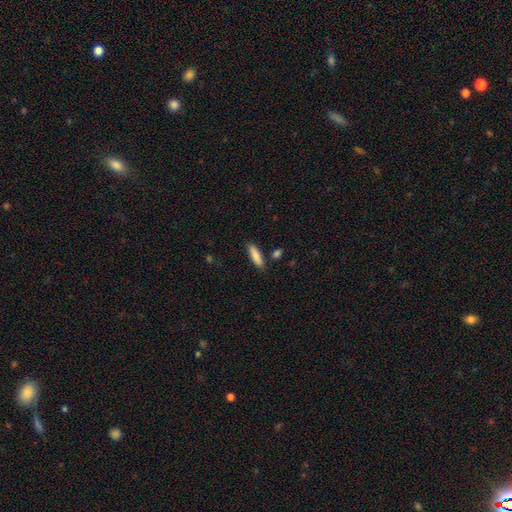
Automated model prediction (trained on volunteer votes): Smooth or featured: smooth — 85% (featured or disk — 8%)
How rounded: cigar-shaped — 56% (in between — 42%)
Merging: none — 84% (minor disturbance — 10%)